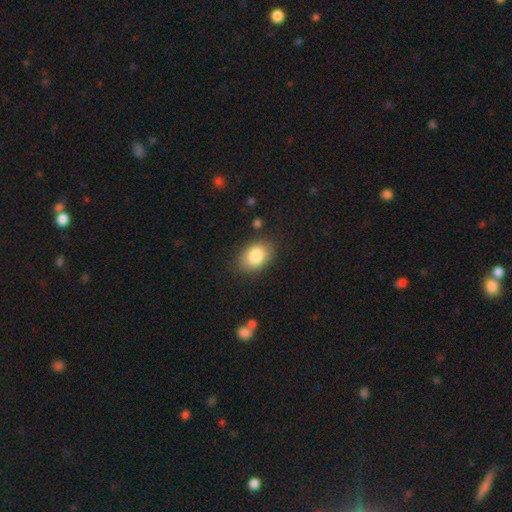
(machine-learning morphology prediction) smooth 85%, star or artifact 7%, featured or disk 7%. Down the decision tree: how rounded — in between (82%); merging — none (83%).